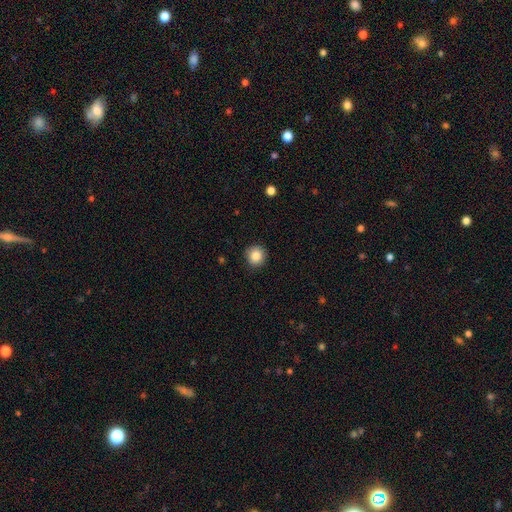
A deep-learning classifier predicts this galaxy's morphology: A smooth galaxy with no disk features (86%) that is round (93%). Merging: none (90%).